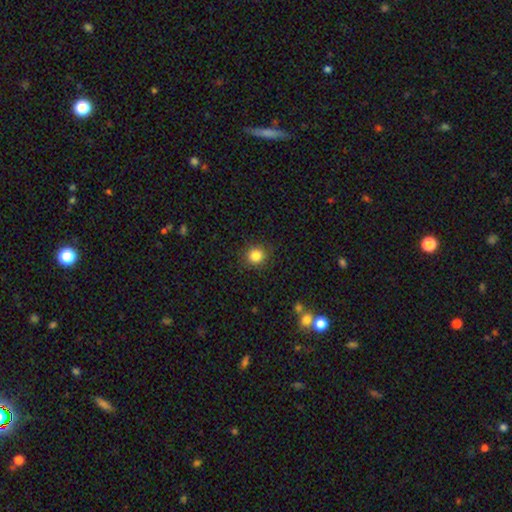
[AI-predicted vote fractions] smooth 84%, star or artifact 11%, featured or disk 5%. Down the decision tree: how rounded — round (87%); merging — none (89%).